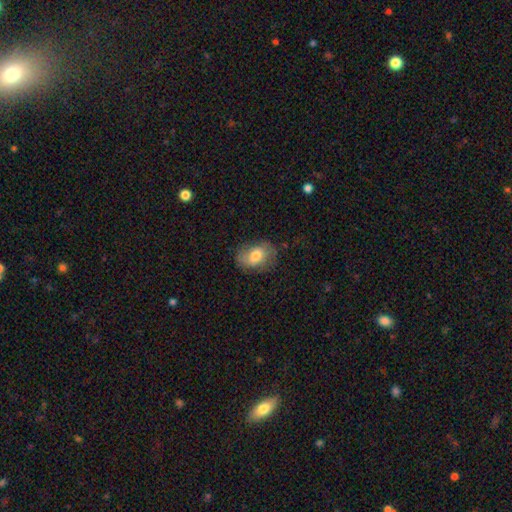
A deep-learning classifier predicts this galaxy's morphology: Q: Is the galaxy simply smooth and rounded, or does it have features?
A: smooth — 67%.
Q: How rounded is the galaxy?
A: in between — 74%.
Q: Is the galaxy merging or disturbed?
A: none — 69%.